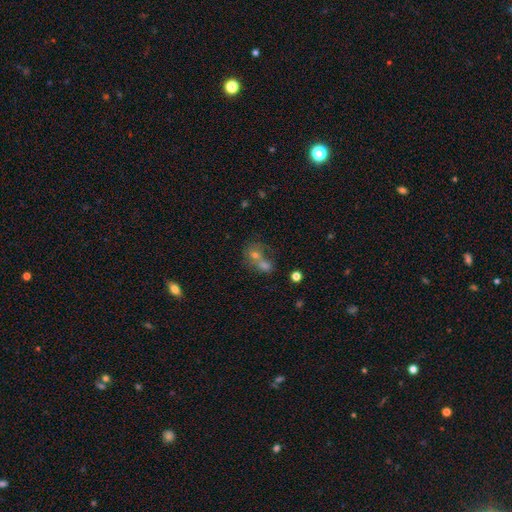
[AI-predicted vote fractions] Morphology: type=smooth (52%); roundness=round (63%); merging=merger (56%).